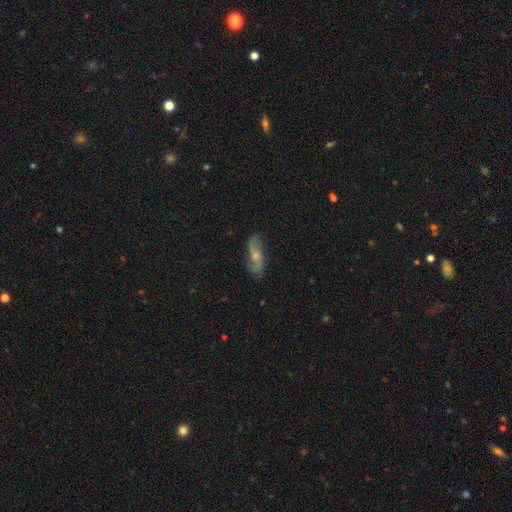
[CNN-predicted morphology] Smooth or featured? featured or disk (65%)
Edge-on disk? no (87%)
Bar? no (62%)
Spiral arms? yes (90%)
Spiral winding? loose (56%)
Spiral arm count? 2 (85%)
Bulge size? small (51%)
Merging? none (74%)